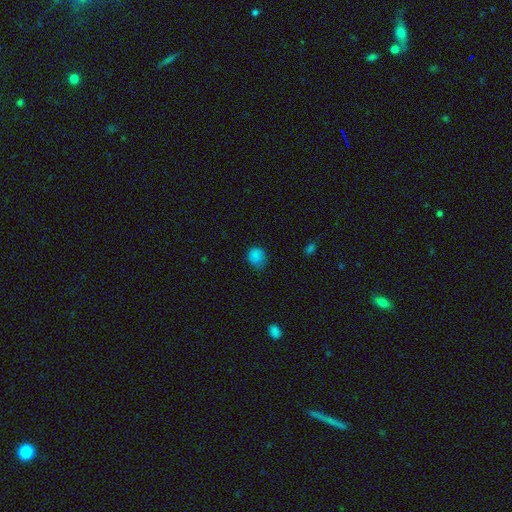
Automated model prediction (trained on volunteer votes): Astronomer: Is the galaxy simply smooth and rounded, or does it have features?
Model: smooth — 82%.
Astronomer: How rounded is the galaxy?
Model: round — 75%.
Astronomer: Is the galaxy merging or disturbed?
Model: none — 68%.